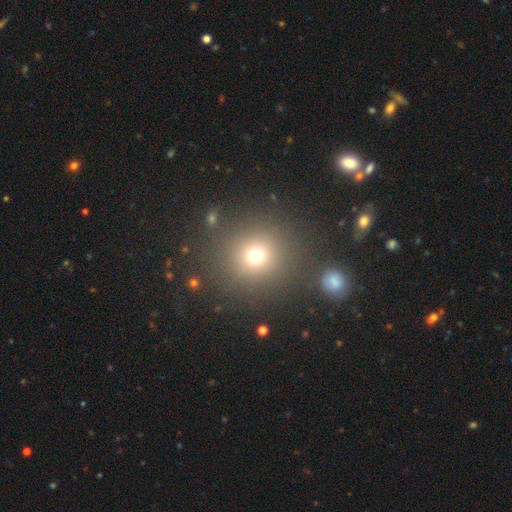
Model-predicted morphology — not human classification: The model was most divided on "smooth or featured": smooth: 71%, star or artifact: 20%, featured or disk: 8%. More confident: how rounded — round (89%); merging — none (81%).